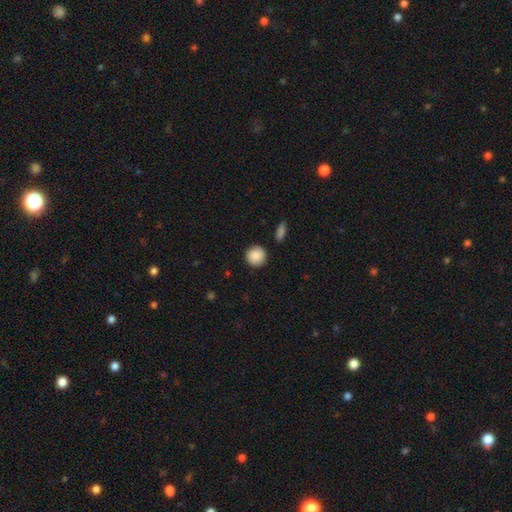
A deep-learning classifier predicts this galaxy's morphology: Smooth or featured? Predicted: smooth (p=0.89). How rounded? Predicted: round (p=0.93). Merging? Predicted: none (p=0.90).